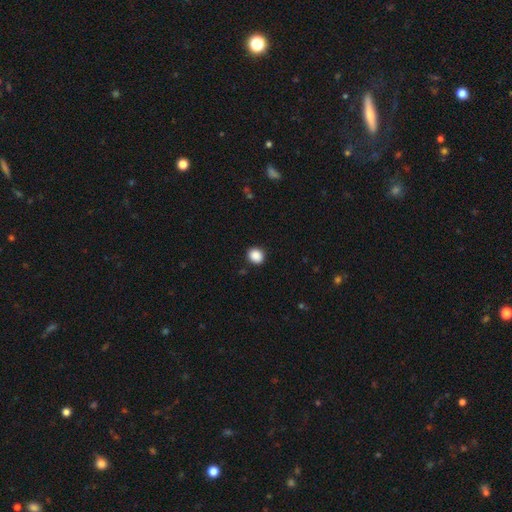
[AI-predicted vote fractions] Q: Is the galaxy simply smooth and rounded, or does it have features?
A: smooth — 88%.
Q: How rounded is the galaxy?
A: round — 79%.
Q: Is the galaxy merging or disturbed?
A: none — 90%.